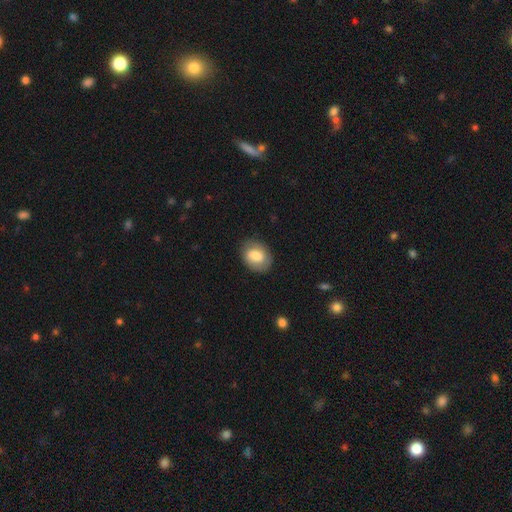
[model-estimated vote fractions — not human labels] Smooth or featured? smooth (68%)
How rounded? in between (62%)
Merging? none (80%)